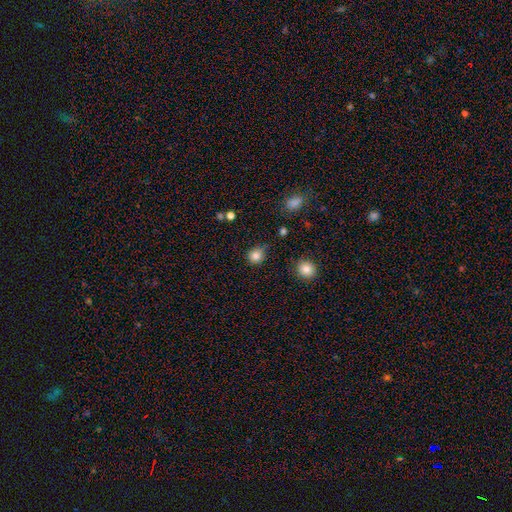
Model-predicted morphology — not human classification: smooth_or_featured: smooth (p=0.83) [alt: star or artifact p=0.12]
how_rounded: round (p=0.83) [alt: in between p=0.16]
merging: none (p=0.70) [alt: minor disturbance p=0.22]